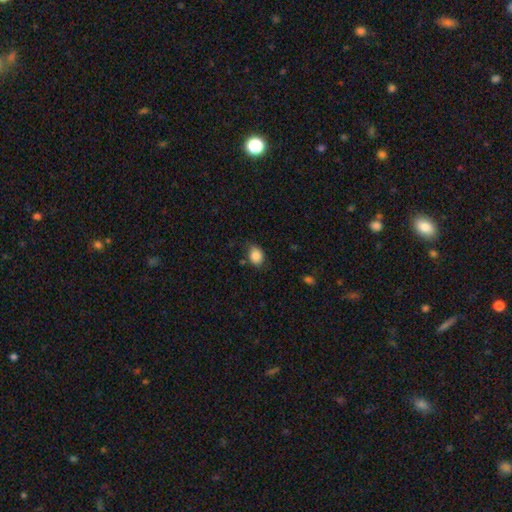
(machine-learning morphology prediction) A smooth galaxy with no disk features (85%) that is in between round and cigar-shaped (56%). Merging: none (69%).